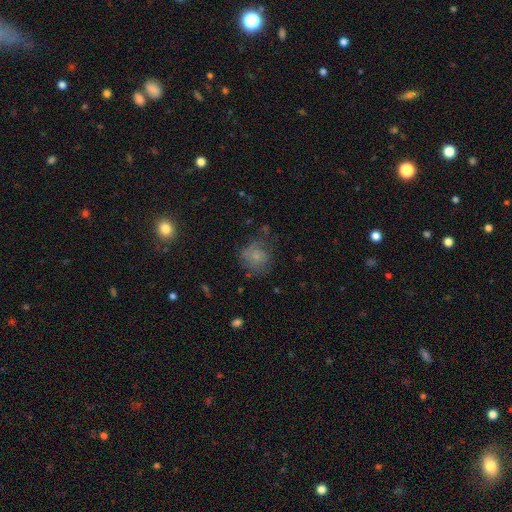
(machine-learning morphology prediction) Smooth or featured: smooth — 70% (featured or disk — 20%)
How rounded: round — 83% (in between — 16%)
Merging: none — 56% (minor disturbance — 26%)